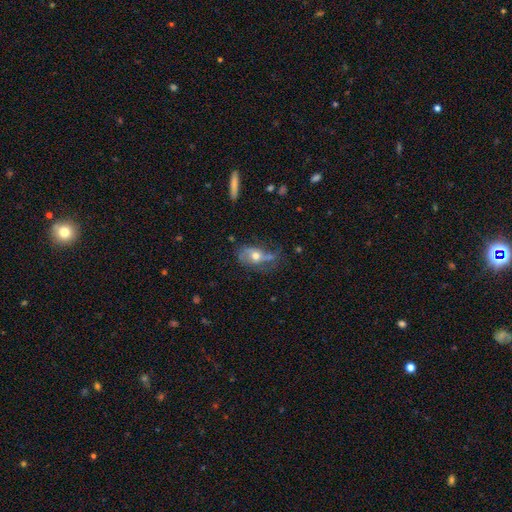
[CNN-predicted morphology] Q: Smooth or featured?
A: featured or disk (57%); runner-up: smooth (33%)
Q: Edge-on disk?
A: no (86%); runner-up: yes (14%)
Q: Merging?
A: none (45%); runner-up: minor disturbance (27%)